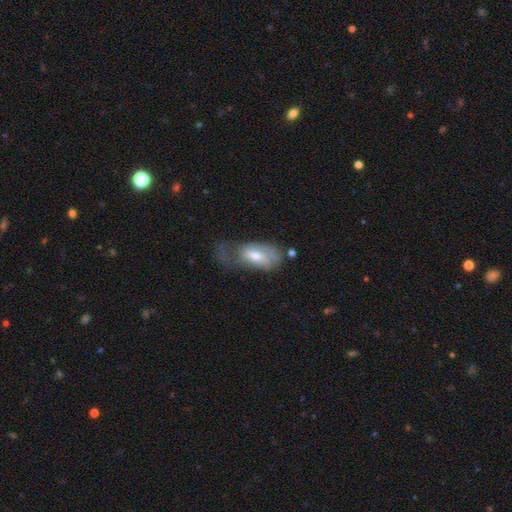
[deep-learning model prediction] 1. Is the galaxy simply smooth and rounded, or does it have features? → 51% smooth, 42% featured or disk, 7% star or artifact.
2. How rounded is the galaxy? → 88% in between, 8% cigar-shaped, 4% round.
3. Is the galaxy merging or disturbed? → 42% major disturbance, 29% minor disturbance, 25% none, 4% merger.